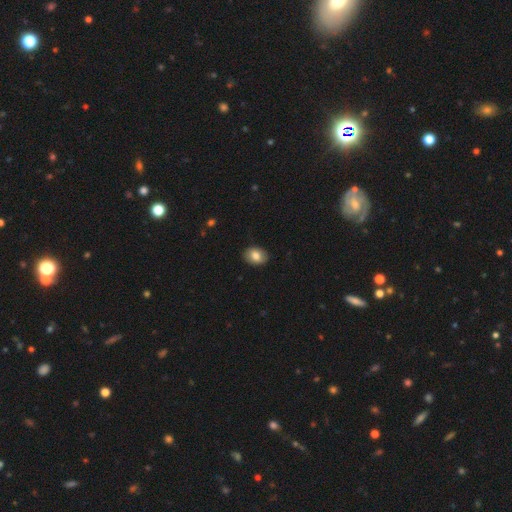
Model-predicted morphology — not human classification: This is clearly a smooth galaxy (83%). How rounded: likely in between (75%). Merging: clearly none (88%).